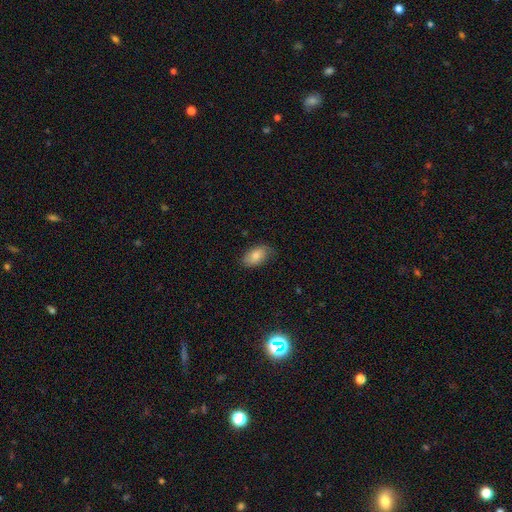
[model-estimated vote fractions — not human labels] Overall: smooth (73%). How rounded: in between (93%). Merging: none (71%).